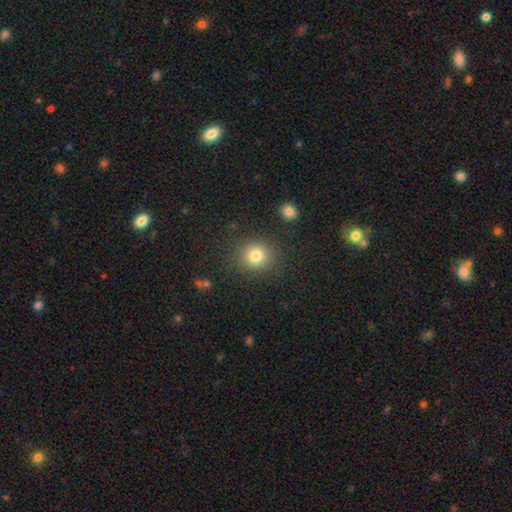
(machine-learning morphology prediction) A smooth galaxy with no disk features (80%) that is round (86%).

Vote fractions:
- Smooth or featured? smooth: 80% / star or artifact: 13% / featured or disk: 7%
- How rounded? round: 86% / in between: 13% / cigar-shaped: 1%
- Merging? none: 86% / minor disturbance: 9% / major disturbance: 4% / merger: 2%